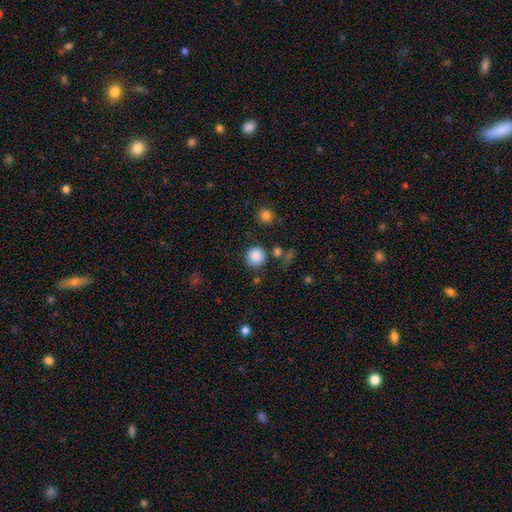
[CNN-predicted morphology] Smooth or featured: smooth — 86% (star or artifact — 10%)
How rounded: round — 94% (in between — 5%)
Merging: none — 84% (minor disturbance — 8%)